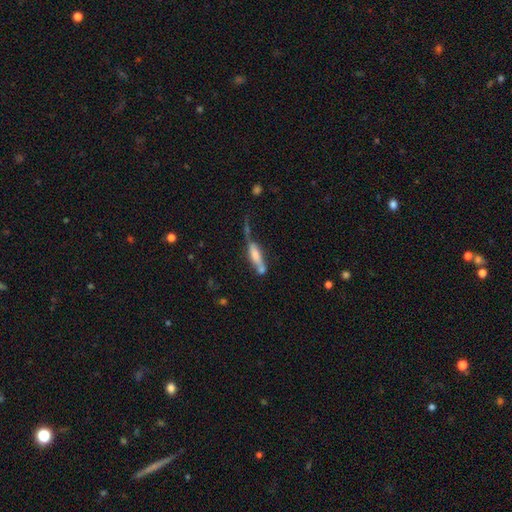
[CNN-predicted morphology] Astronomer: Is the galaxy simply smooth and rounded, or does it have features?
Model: smooth — 49% (runner-up: featured or disk, 44%).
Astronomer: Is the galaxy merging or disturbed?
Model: none — 30%, tied with merger at 30%.